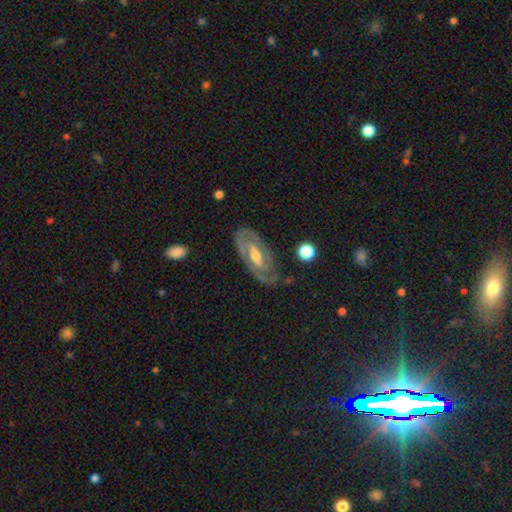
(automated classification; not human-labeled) Q: Smooth or featured?
A: featured or disk (85%); runner-up: smooth (10%)
Q: Edge-on disk?
A: no (93%); runner-up: yes (7%)
Q: Bar?
A: weak (42%); runner-up: strong (31%)
Q: Spiral arms?
A: yes (90%); runner-up: no (10%)
Q: Spiral winding?
A: tight (63%); runner-up: medium (30%)
Q: Spiral arm count?
A: 2 (75%); runner-up: can't tell (13%)
Q: Bulge size?
A: moderate (65%); runner-up: small (28%)
Q: Merging?
A: none (77%); runner-up: minor disturbance (16%)